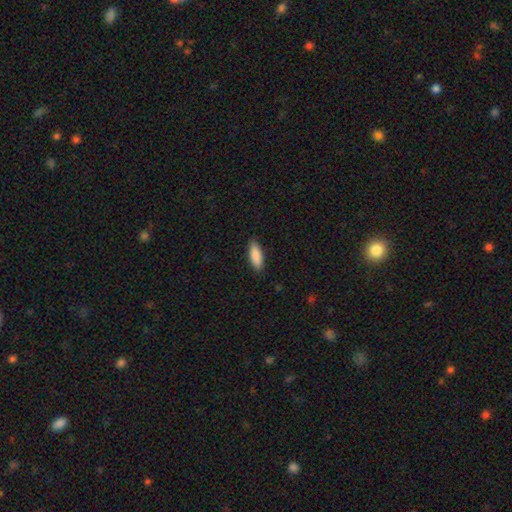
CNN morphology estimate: Smooth or featured?
  - smooth: 89% *
  - featured or disk: 6%
  - star or artifact: 6%
How rounded?
  - in between: 66% *
  - cigar-shaped: 33%
  - round: 2%
Merging?
  - none: 88% *
  - minor disturbance: 9%
  - major disturbance: 2%
  - merger: 1%